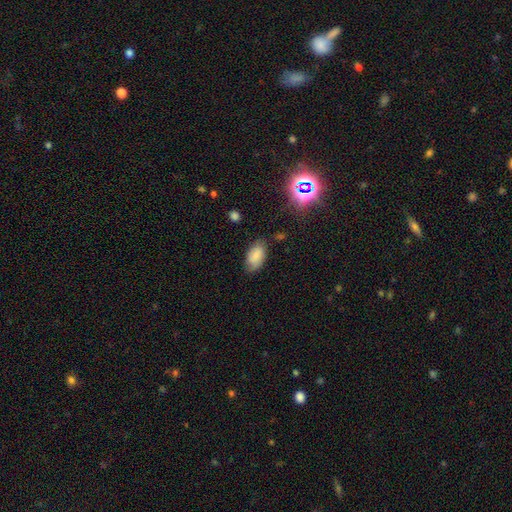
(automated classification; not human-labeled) This is likely a smooth galaxy (80%). How rounded: clearly in between (94%). Merging: likely none (71%).